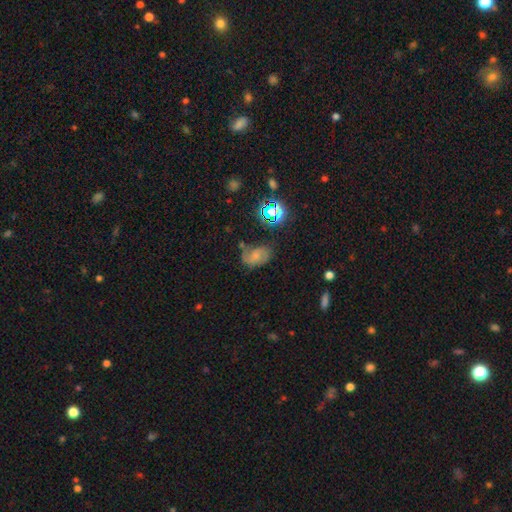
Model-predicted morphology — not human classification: This is marginally a featured or disk galaxy (43%). Merging: possibly none (47%).